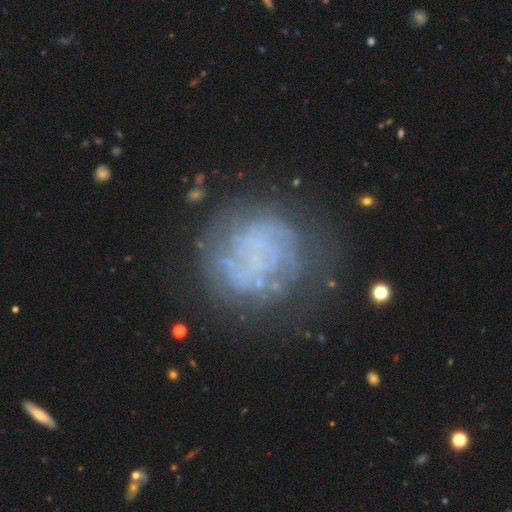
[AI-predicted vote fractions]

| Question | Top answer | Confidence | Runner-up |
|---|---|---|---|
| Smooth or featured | featured or disk | 63% | smooth (25%) |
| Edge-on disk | no | 98% | yes (2%) |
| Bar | no | 89% | weak (9%) |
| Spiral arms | no | 60% | yes (40%) |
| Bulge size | none | 81% | small (9%) |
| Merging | none | 61% | minor disturbance (18%) |